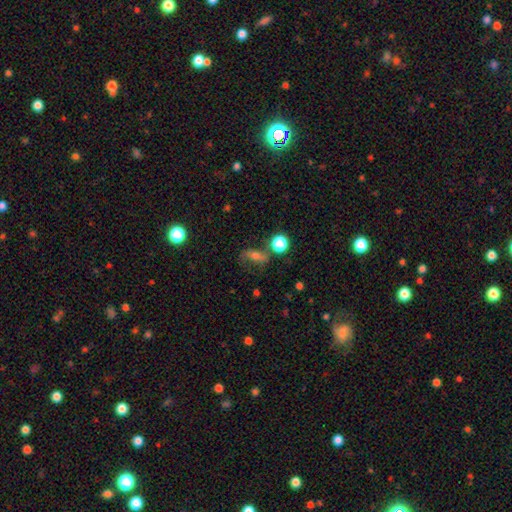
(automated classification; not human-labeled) This appears to be a featured or disk galaxy (44%). Merging: none (61%).